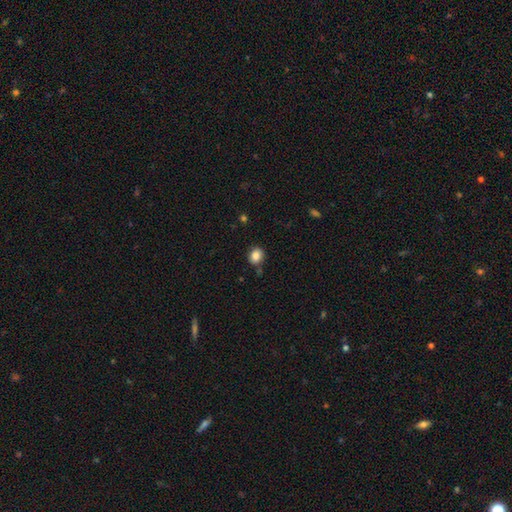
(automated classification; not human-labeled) Smooth or featured? Predicted: smooth (p=0.85). How rounded? Predicted: round (p=0.63). Merging? Predicted: none (p=0.80).